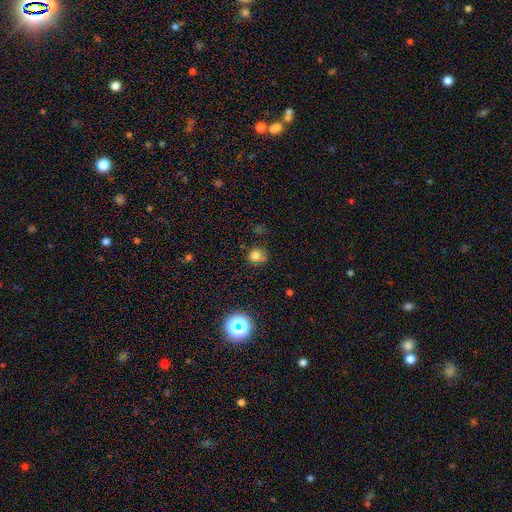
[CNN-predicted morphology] Overall: smooth (76%). How rounded: round (81%). Merging: none (65%).